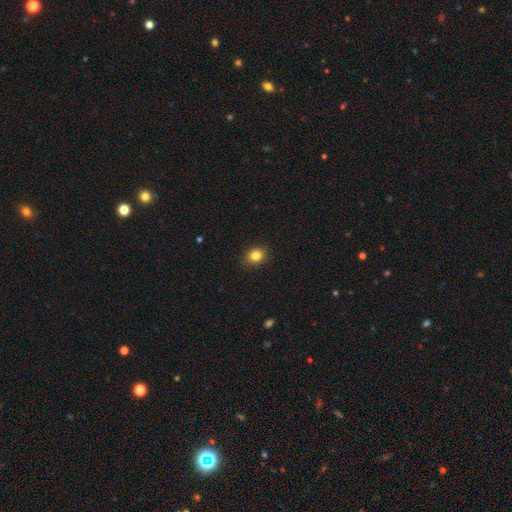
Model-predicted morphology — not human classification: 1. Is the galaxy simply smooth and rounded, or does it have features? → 84% smooth, 11% star or artifact, 5% featured or disk.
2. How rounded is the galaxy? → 64% round, 35% in between, 1% cigar-shaped.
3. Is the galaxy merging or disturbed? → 89% none, 8% minor disturbance, 2% major disturbance, 1% merger.